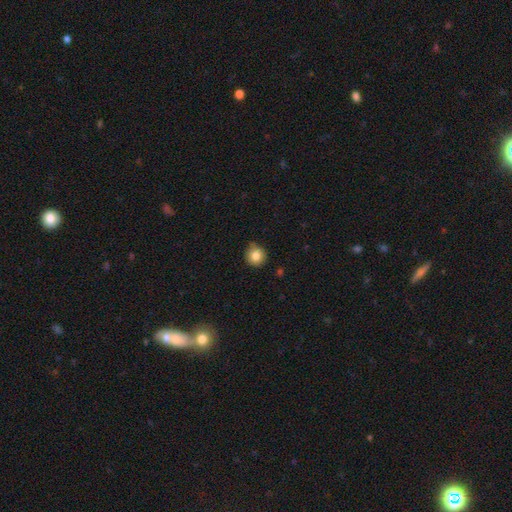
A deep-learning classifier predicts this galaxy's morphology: type=smooth (83%); roundness=round (92%); merging=none (82%).